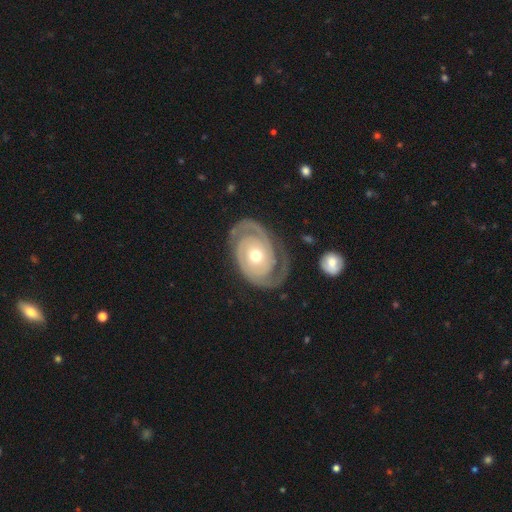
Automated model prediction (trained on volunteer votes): A featured or disk galaxy (90%) with no bar (78%), 2 (87%) tight (67%) spiral arms (96%) and a moderate central bulge (68%). Merging: none (75%).